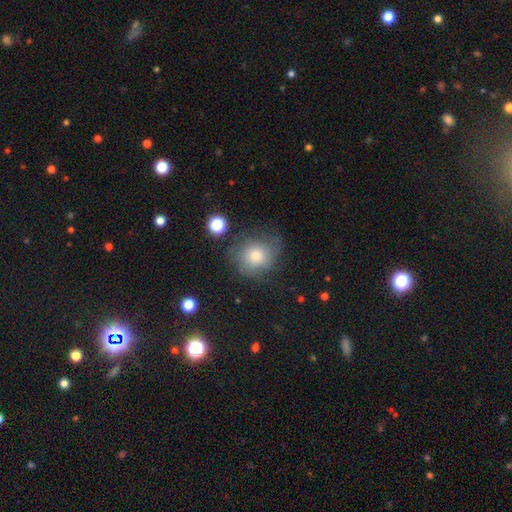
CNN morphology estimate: This is likely a smooth galaxy (67%). How rounded: likely round (77%). Merging: likely none (60%).